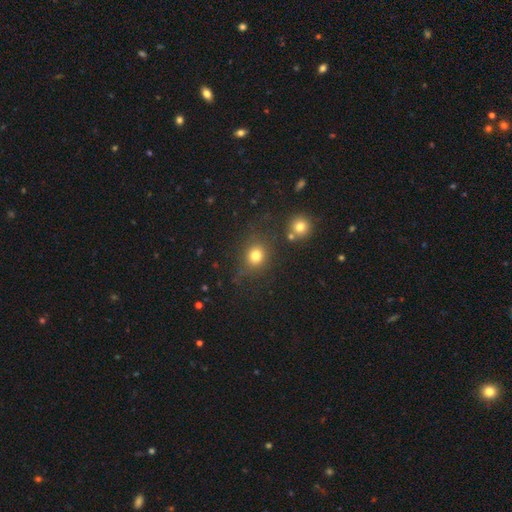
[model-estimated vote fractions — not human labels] Smooth or featured? smooth (77%)
How rounded? round (76%)
Merging? none (76%)